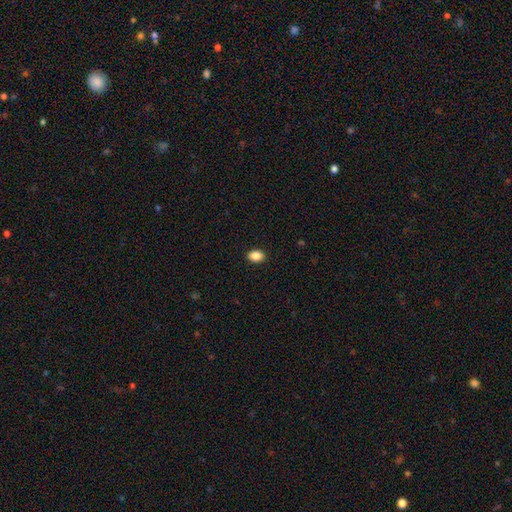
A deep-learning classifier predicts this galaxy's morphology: This is clearly a smooth galaxy (88%). How rounded: likely in between (75%). Merging: clearly none (91%).